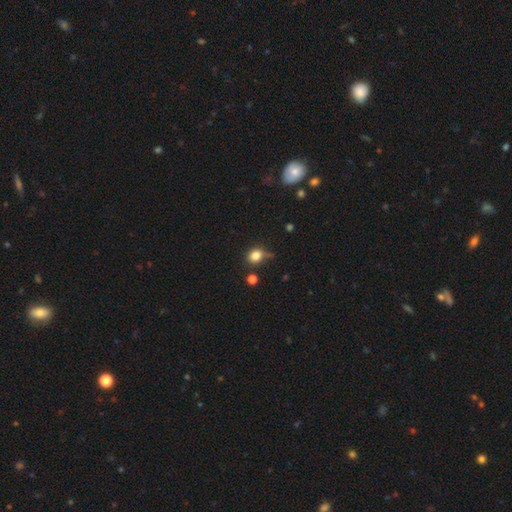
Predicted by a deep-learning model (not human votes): Morphology: type=smooth (81%); roundness=round (73%); merging=none (63%).